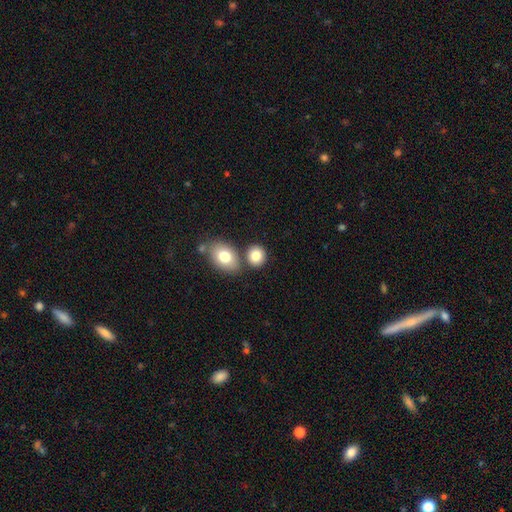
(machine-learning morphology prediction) The model was most divided on "how rounded": round: 62%, in between: 36%, cigar-shaped: 1%. More confident: smooth or featured — smooth (81%); merging — none (67%).